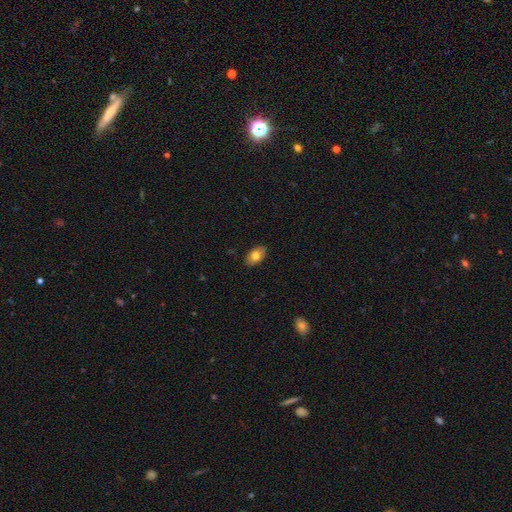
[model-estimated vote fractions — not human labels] Smooth or featured? smooth (75%)
How rounded? in between (91%)
Merging? none (87%)